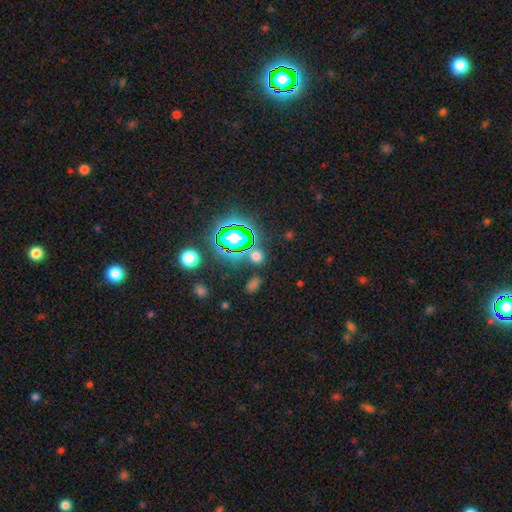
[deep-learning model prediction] This appears to be a smooth galaxy with no disk features (50%). Merging: none (76%).